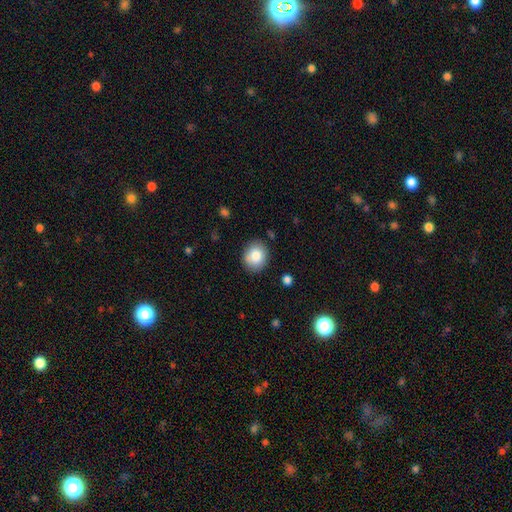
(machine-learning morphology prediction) Smooth or featured? Predicted: smooth (p=0.83). How rounded? Predicted: round (p=0.73). Merging? Predicted: none (p=0.85).